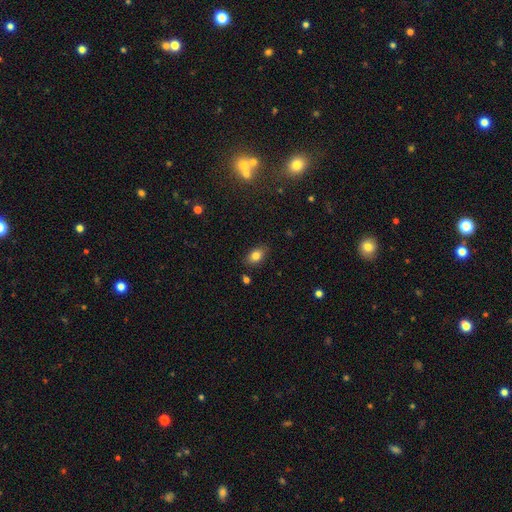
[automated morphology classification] Q: Smooth or featured?
A: smooth (81%); runner-up: star or artifact (10%)
Q: How rounded?
A: in between (84%); runner-up: round (14%)
Q: Merging?
A: none (83%); runner-up: minor disturbance (12%)